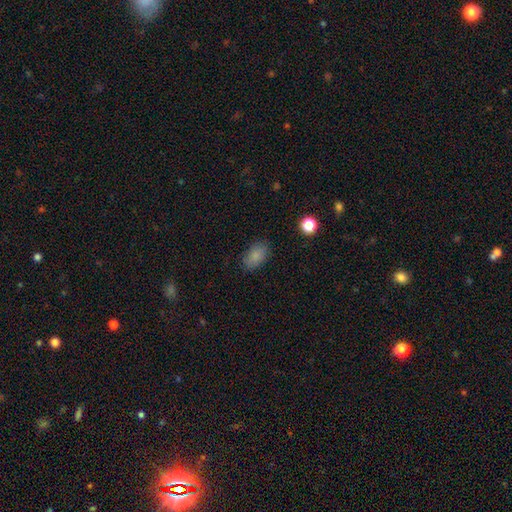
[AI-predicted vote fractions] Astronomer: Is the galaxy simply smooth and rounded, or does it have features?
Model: smooth — 84%.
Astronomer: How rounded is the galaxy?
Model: in between — 88%.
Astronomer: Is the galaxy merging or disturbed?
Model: none — 83%.